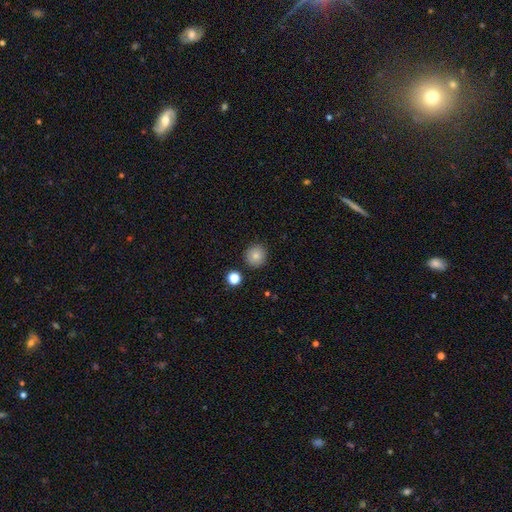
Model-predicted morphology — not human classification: Q: Smooth or featured?
A: smooth (84%); runner-up: star or artifact (10%)
Q: How rounded?
A: round (93%); runner-up: in between (6%)
Q: Merging?
A: none (89%); runner-up: minor disturbance (6%)